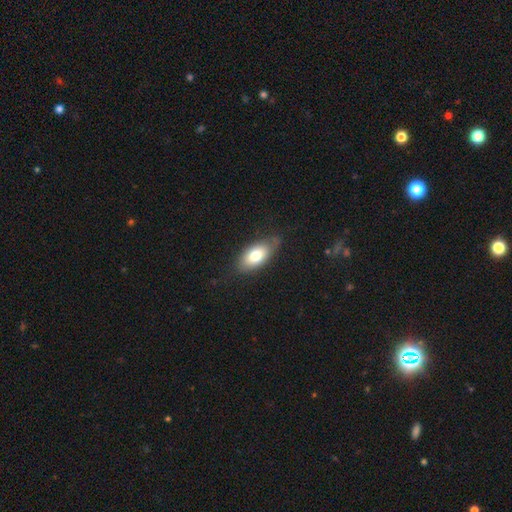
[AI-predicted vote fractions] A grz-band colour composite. It shows a smooth galaxy with no disk features (73%) that is in between round and cigar-shaped (90%). Merging: none (72%).